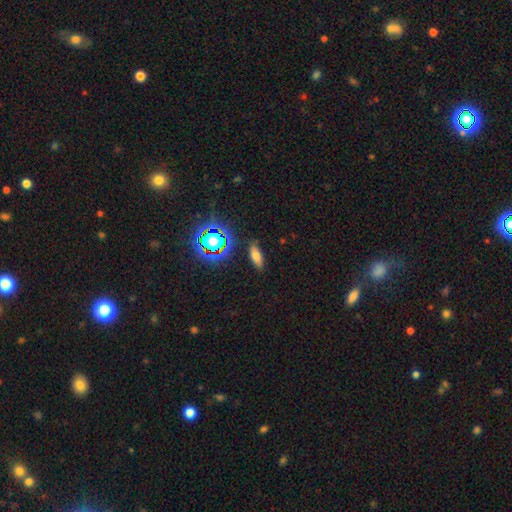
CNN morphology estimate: Smooth or featured? smooth (68%)
How rounded? in between (70%)
Merging? none (84%)